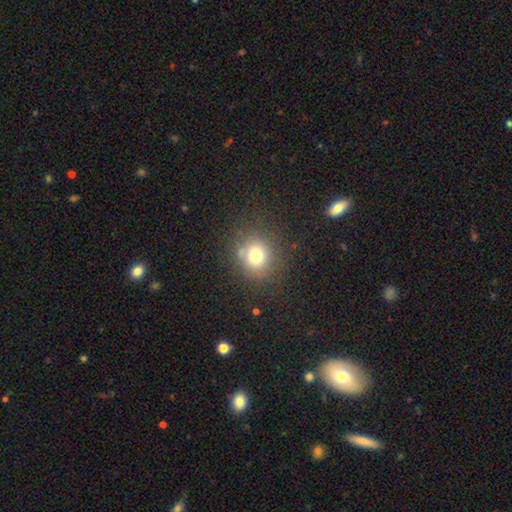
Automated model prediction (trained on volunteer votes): Q: Smooth or featured?
A: smooth (73%); runner-up: star or artifact (16%)
Q: How rounded?
A: round (86%); runner-up: in between (13%)
Q: Merging?
A: none (81%); runner-up: minor disturbance (11%)